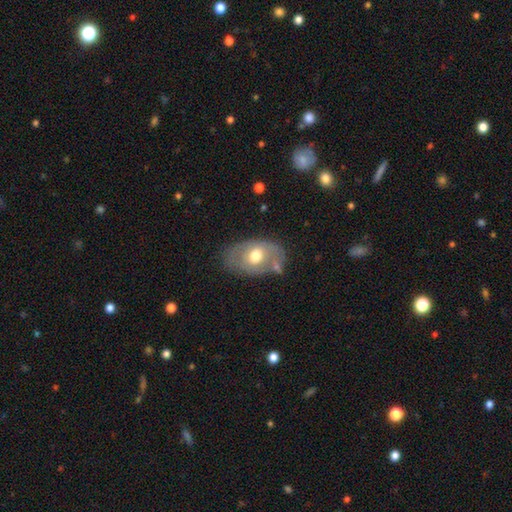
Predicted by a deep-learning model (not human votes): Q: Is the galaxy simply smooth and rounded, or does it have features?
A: smooth — 52%.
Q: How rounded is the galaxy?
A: in between — 85%.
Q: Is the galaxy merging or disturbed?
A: none — 60%.